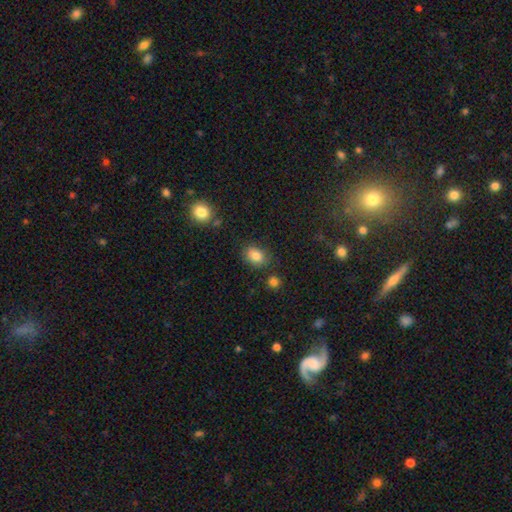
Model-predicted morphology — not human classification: A smooth galaxy with no disk features (83%) that is in between round and cigar-shaped (66%).

Vote fractions:
- Smooth or featured? smooth: 83% / star or artifact: 10% / featured or disk: 7%
- How rounded? in between: 66% / round: 33% / cigar-shaped: 1%
- Merging? none: 78% / minor disturbance: 14% / merger: 5% / major disturbance: 4%